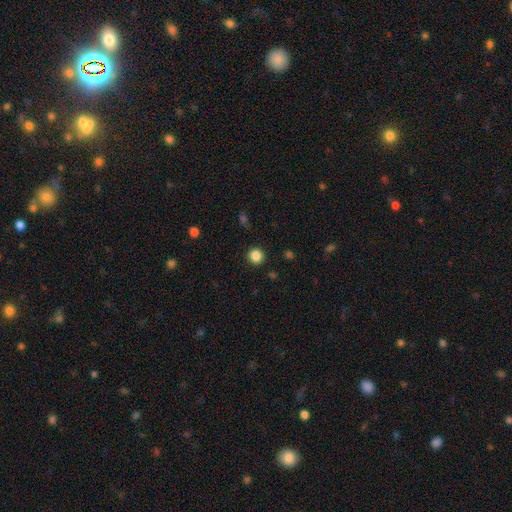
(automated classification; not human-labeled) smooth_or_featured: smooth (p=0.86) [alt: star or artifact p=0.11]
how_rounded: round (p=0.91) [alt: in between p=0.08]
merging: none (p=0.91) [alt: minor disturbance p=0.06]